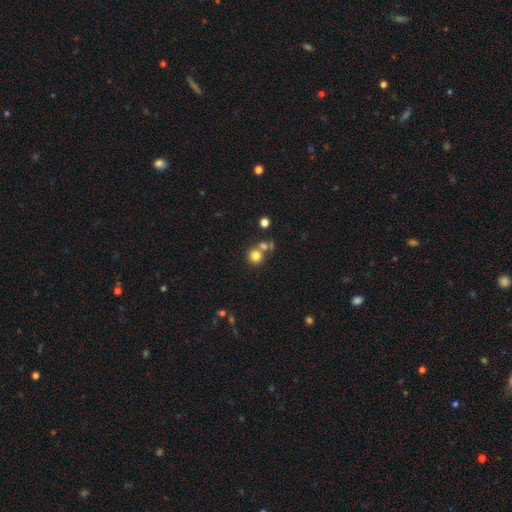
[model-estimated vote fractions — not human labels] smooth_or_featured: smooth (p=0.79) [alt: star or artifact p=0.12]
how_rounded: round (p=0.90) [alt: in between p=0.09]
merging: none (p=0.58) [alt: merger p=0.29]